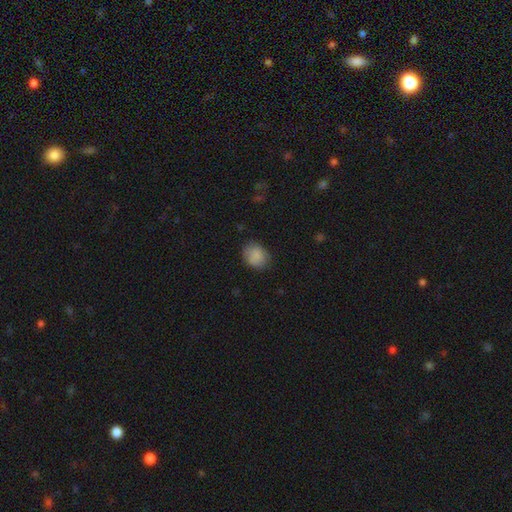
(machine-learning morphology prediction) smooth 86%, star or artifact 8%, featured or disk 6%. Down the decision tree: how rounded — round (56%); merging — none (77%).